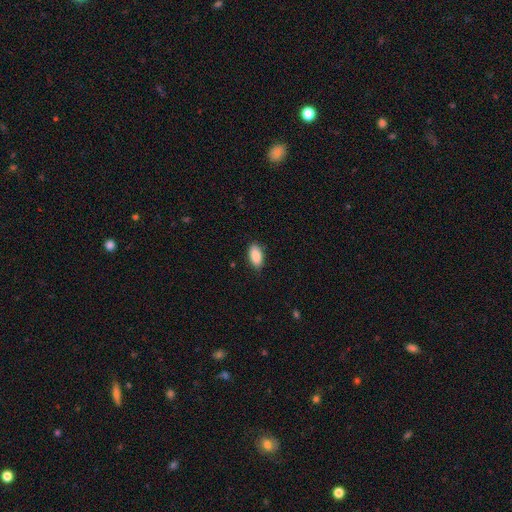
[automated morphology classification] This is clearly a smooth galaxy (90%). How rounded: clearly in between (93%). Merging: clearly none (84%).